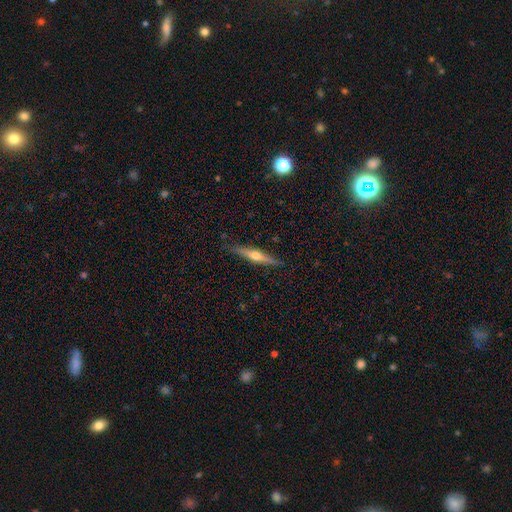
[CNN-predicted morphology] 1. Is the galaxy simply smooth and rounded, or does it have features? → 66% featured or disk, 28% smooth, 6% star or artifact.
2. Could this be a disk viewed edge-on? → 97% yes, 3% no.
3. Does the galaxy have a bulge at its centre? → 91% rounded, 6% none, 3% boxy.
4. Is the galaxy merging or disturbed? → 88% none, 9% minor disturbance, 2% major disturbance, 1% merger.